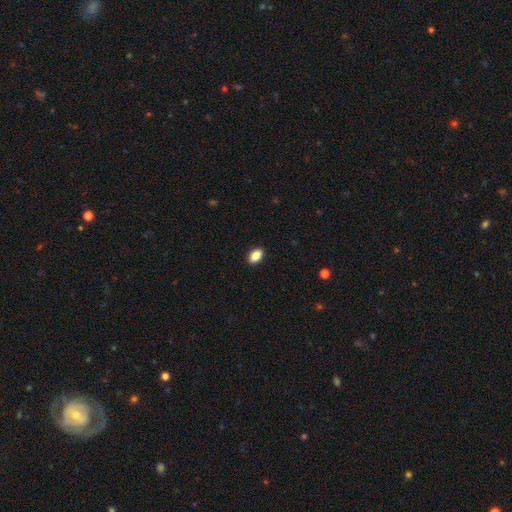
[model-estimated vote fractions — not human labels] Smooth or featured: smooth — 88% (star or artifact — 8%)
How rounded: in between — 87% (round — 12%)
Merging: none — 91% (minor disturbance — 7%)